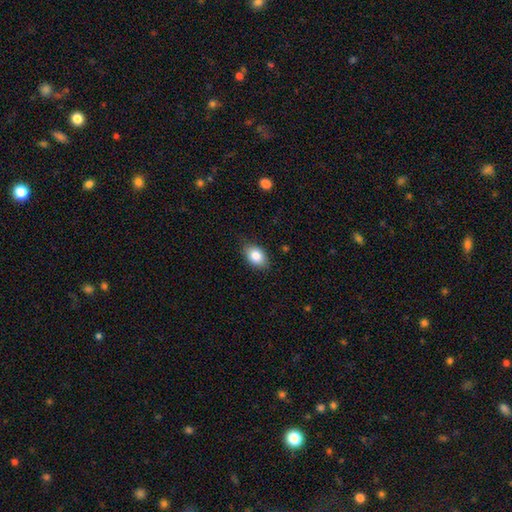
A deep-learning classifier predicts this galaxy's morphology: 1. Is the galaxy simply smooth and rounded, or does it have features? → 85% smooth, 8% featured or disk, 7% star or artifact.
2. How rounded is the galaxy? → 86% in between, 12% round, 1% cigar-shaped.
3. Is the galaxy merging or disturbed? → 84% none, 13% minor disturbance, 3% major disturbance, 1% merger.